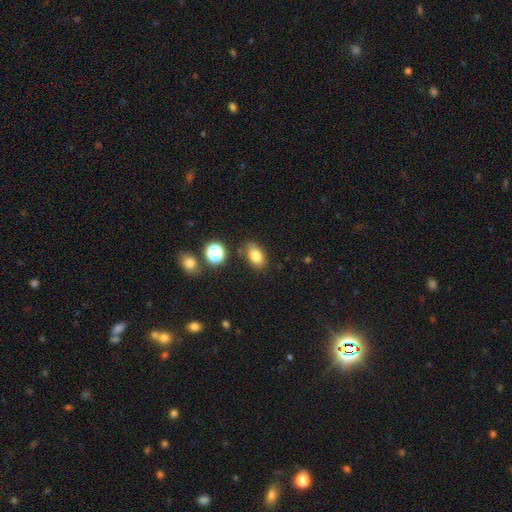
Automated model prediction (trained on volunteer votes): A smooth galaxy with no disk features (80%) that is in between round and cigar-shaped (85%). Merging: none (81%).